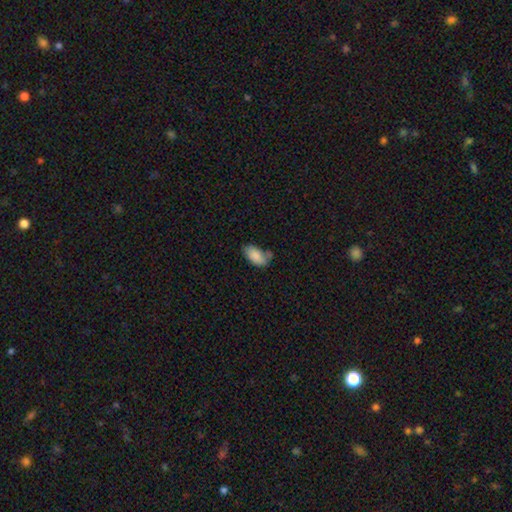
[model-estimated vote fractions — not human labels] Smooth or featured: smooth — 85% (featured or disk — 8%)
How rounded: in between — 94% (round — 4%)
Merging: none — 51% (minor disturbance — 29%)